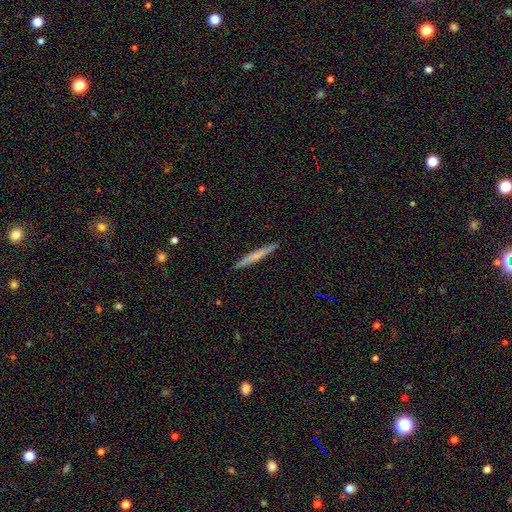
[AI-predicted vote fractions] A smooth galaxy with no disk features (60%) that is cigar-shaped (96%). Merging: none (91%).